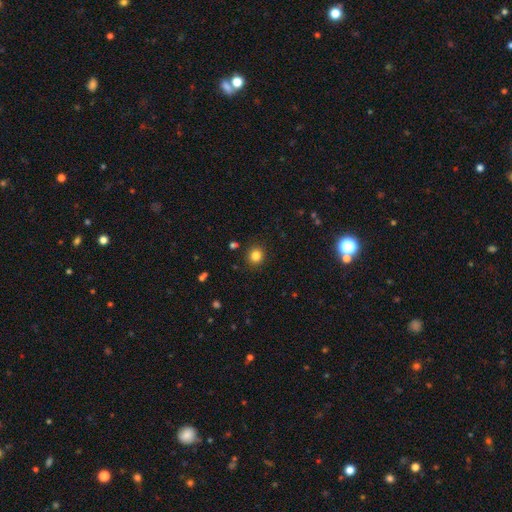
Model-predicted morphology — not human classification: A smooth galaxy with no disk features (83%) that is round (86%).

Vote fractions:
- Smooth or featured? smooth: 83% / star or artifact: 12% / featured or disk: 5%
- How rounded? round: 86% / in between: 13% / cigar-shaped: 1%
- Merging? none: 90% / minor disturbance: 6% / major disturbance: 2% / merger: 1%